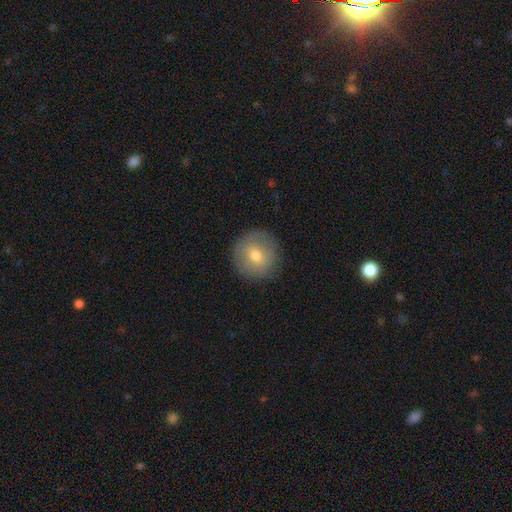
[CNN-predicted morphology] smooth_or_featured: smooth (p=0.69) [alt: featured or disk p=0.22]
how_rounded: round (p=0.94) [alt: in between p=0.05]
merging: none (p=0.87) [alt: minor disturbance p=0.09]